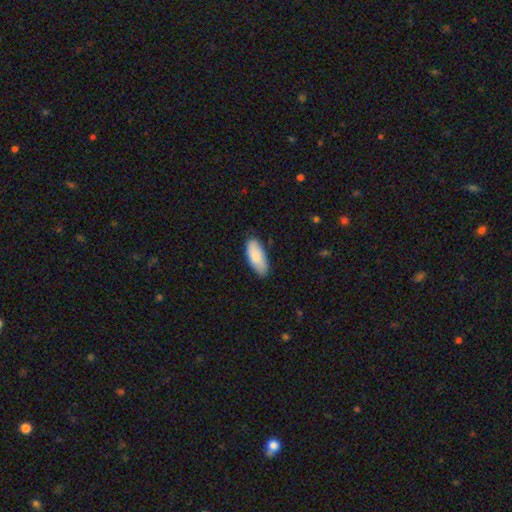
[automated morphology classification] smooth-or-featured: smooth: 85% | featured or disk: 10% | star or artifact: 5%
  how-rounded: in between: 86% | cigar-shaped: 13% | round: 2%
  merging: none: 81% | minor disturbance: 15% | major disturbance: 2% | merger: 1%